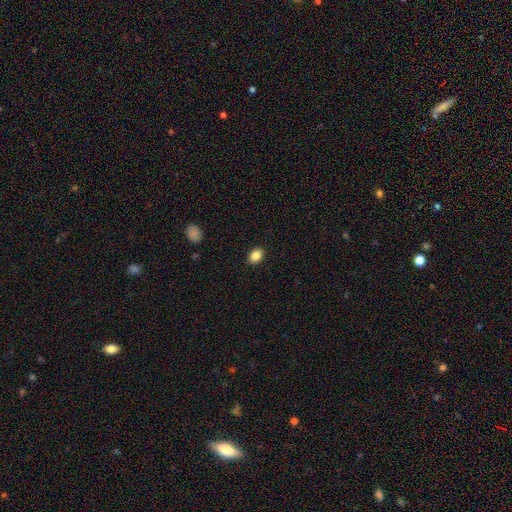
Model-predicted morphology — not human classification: The model was most divided on "how rounded": in between: 59%, round: 40%, cigar-shaped: 1%. More confident: merging — none (90%); smooth or featured — smooth (85%).